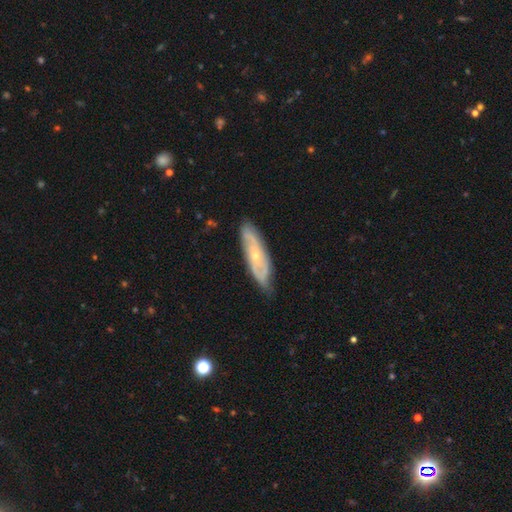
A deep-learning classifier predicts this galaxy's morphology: Smooth or featured: featured or disk — 69% (smooth — 24%)
Edge-on disk: no — 74% (yes — 26%)
Bar: no — 71% (weak — 23%)
Spiral arms: yes — 85% (no — 15%)
Bulge size: small — 72% (moderate — 24%)
Merging: none — 78% (minor disturbance — 17%)